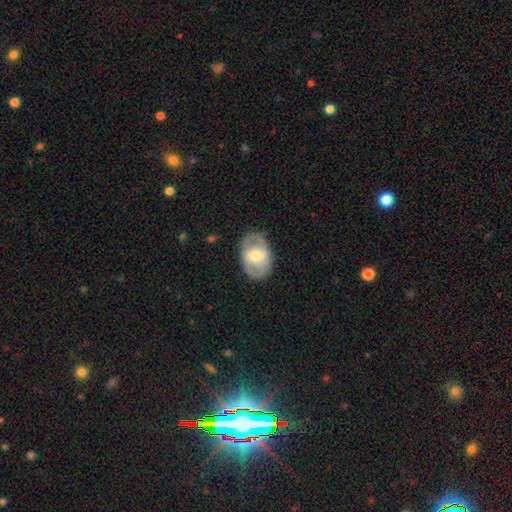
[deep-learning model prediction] Morphology: type=featured or disk (51%); edge-on=no (93%); merging=none (80%).